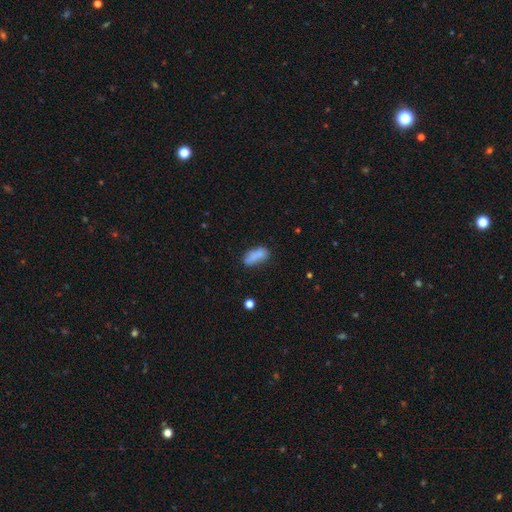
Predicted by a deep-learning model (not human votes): A smooth galaxy with no disk features (82%) that is in between round and cigar-shaped (81%).

Vote fractions:
- Smooth or featured? smooth: 82% / featured or disk: 9% / star or artifact: 9%
- How rounded? in between: 81% / cigar-shaped: 16% / round: 3%
- Merging? none: 59% / minor disturbance: 24% / merger: 10% / major disturbance: 8%